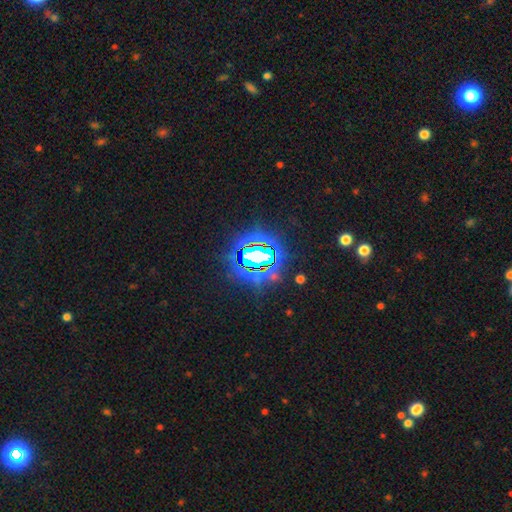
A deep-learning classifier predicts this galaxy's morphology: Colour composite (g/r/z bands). It shows a star or artifact, not a galaxy (80%).